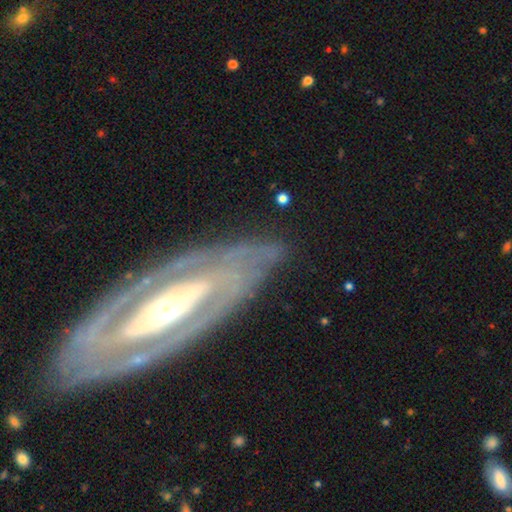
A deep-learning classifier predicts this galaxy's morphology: A featured or disk galaxy (83%) with no bar (45%), spiral arms (70%) and a moderate central bulge (62%). Merging: none (79%).